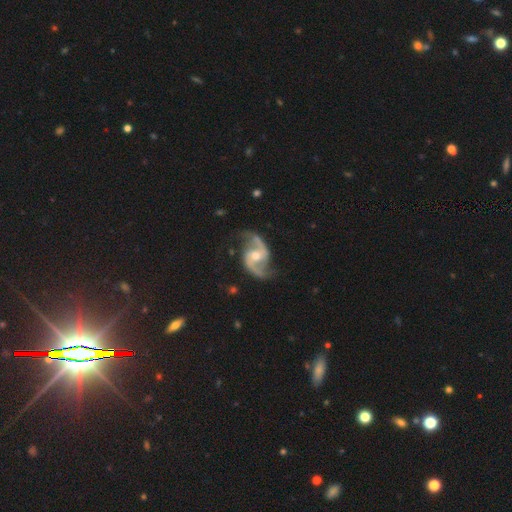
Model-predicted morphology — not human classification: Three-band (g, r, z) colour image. It shows a featured or disk galaxy (92%) with a weak bar (44%), 2 (94%) medium (45%, tied with loose) spiral arms (98%) and a moderate central bulge (67%). Merging: none (76%).